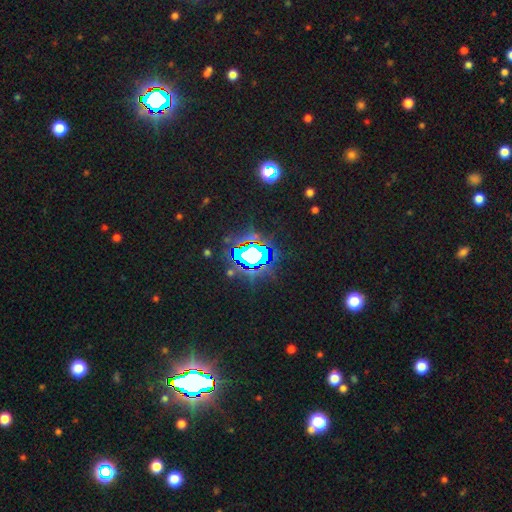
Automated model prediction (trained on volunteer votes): Overall: star or artifact (68%).